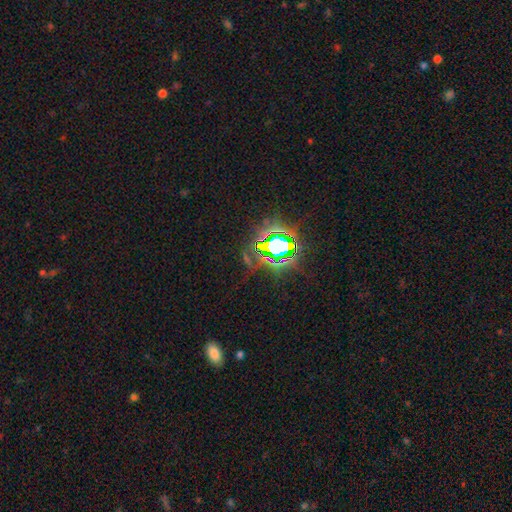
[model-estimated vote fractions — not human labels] smooth_or_featured: star or artifact (p=0.81) [alt: smooth p=0.11]